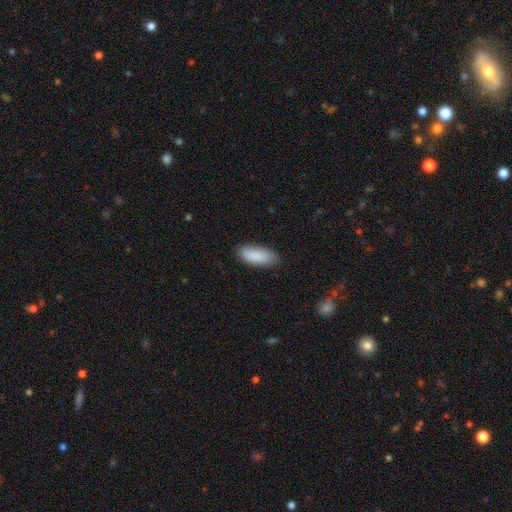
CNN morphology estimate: smooth 89%, star or artifact 6%, featured or disk 5%. Down the decision tree: how rounded — in between (81%); merging — none (82%).